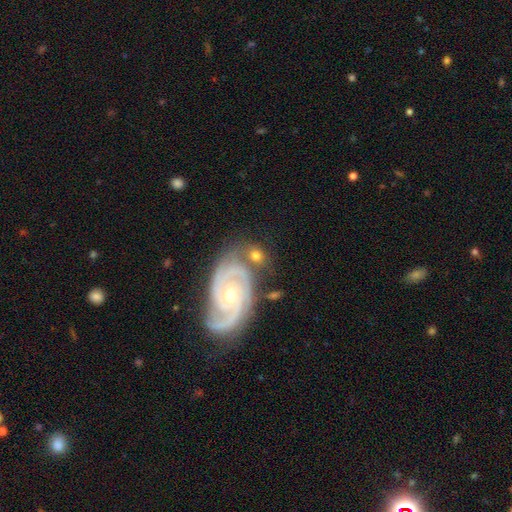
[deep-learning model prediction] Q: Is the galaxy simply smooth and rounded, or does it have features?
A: featured or disk — 52%.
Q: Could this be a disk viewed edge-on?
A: no — 94%.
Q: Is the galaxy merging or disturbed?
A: none — 54%.